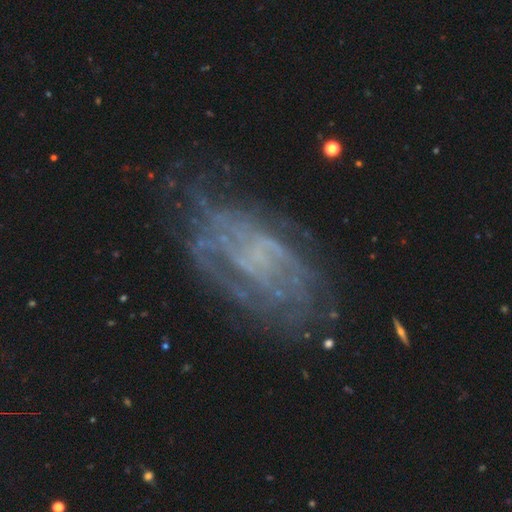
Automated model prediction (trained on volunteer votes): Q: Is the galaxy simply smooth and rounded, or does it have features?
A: featured or disk — 72%.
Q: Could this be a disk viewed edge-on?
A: no — 96%.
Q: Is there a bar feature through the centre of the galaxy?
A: no — 74%.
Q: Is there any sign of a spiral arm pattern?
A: yes — 65%.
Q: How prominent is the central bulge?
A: none — 73%.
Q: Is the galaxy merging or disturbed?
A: none — 57%.